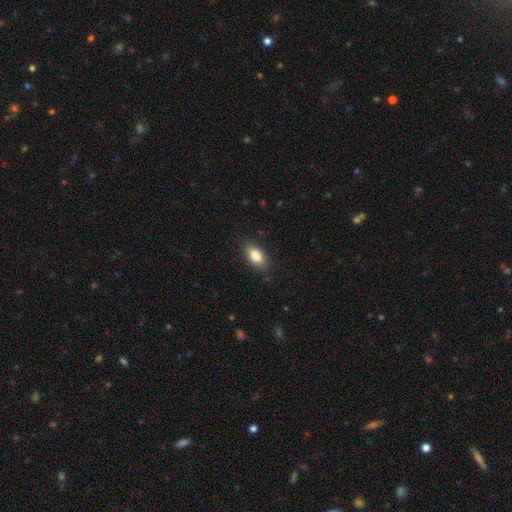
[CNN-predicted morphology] A smooth galaxy with no disk features (83%) that is in between round and cigar-shaped (89%).

Vote fractions:
- Smooth or featured? smooth: 83% / featured or disk: 9% / star or artifact: 8%
- How rounded? in between: 89% / round: 7% / cigar-shaped: 4%
- Merging? none: 84% / minor disturbance: 12% / major disturbance: 2% / merger: 1%